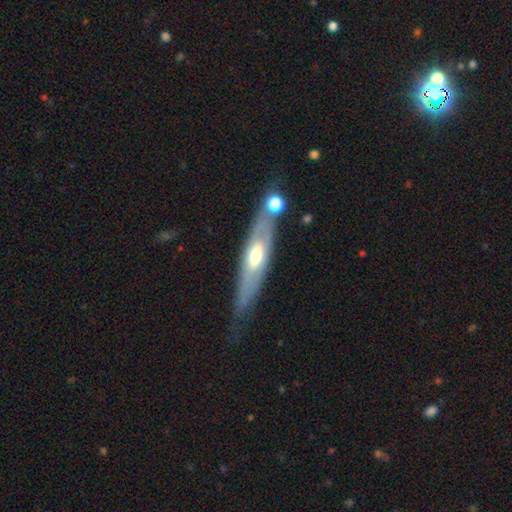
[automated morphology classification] smooth-or-featured: featured or disk: 59% | smooth: 35% | star or artifact: 6%
  disk-edge-on: yes: 62% | no: 38%
  merging: none: 66% | minor disturbance: 19% | merger: 9% | major disturbance: 7%